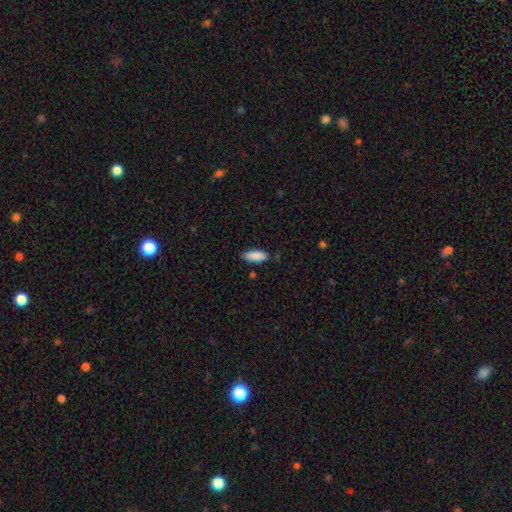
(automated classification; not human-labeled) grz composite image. It shows a smooth galaxy with no disk features (89%) that is in between round and cigar-shaped (69%). Merging: none (80%).